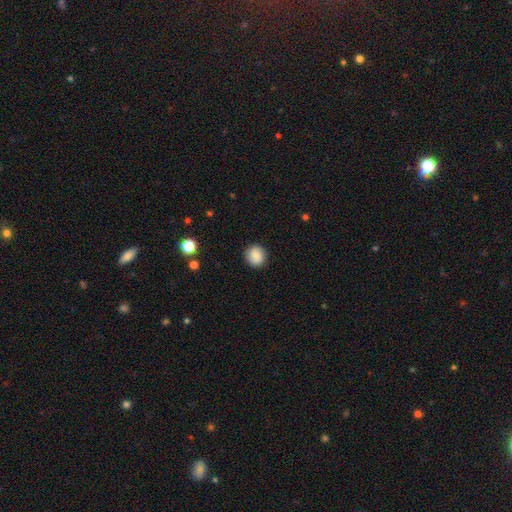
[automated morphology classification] smooth 85%, star or artifact 8%, featured or disk 7%. Down the decision tree: how rounded — round (88%); merging — none (88%).